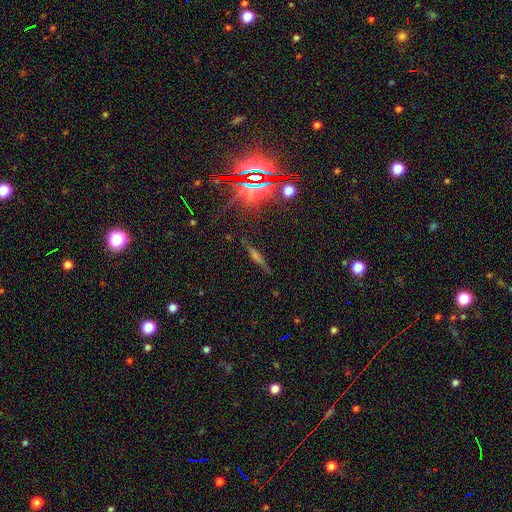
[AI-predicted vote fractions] Smooth or featured? Predicted: featured or disk (p=0.46). Merging? Predicted: none (p=0.81).